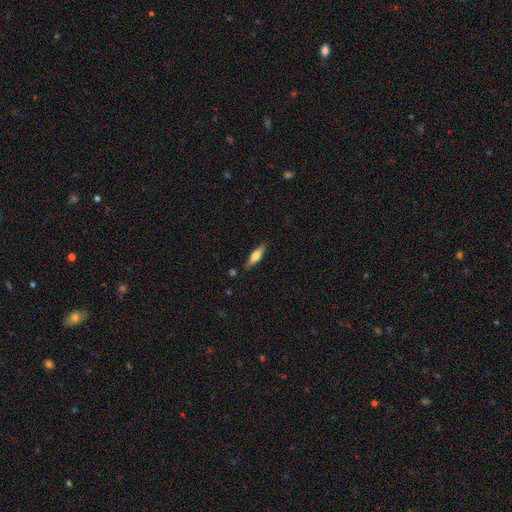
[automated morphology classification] smooth-or-featured: smooth: 57% | featured or disk: 37% | star or artifact: 6%
  how-rounded: cigar-shaped: 62% | in between: 36% | round: 2%
  merging: none: 84% | minor disturbance: 12% | major disturbance: 2% | merger: 2%